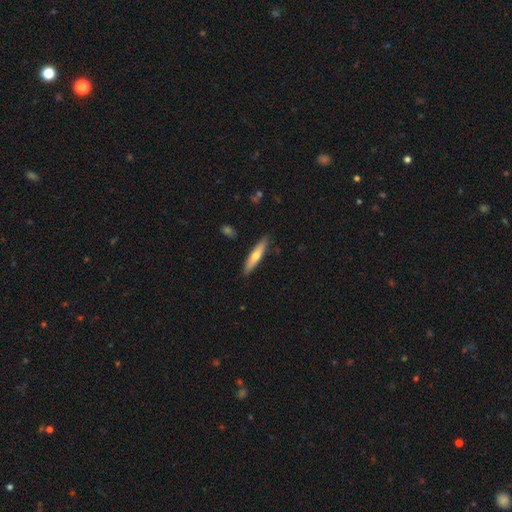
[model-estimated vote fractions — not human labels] This appears to be a smooth galaxy with no disk features (62%) that is cigar-shaped (83%). Merging: none (87%).